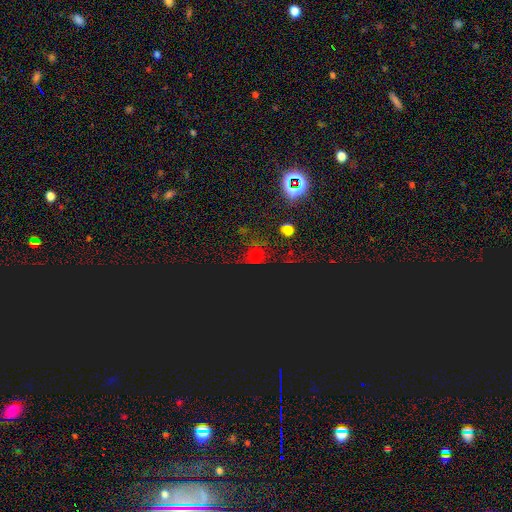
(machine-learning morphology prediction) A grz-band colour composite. It shows a star or artifact, not a galaxy (60%).